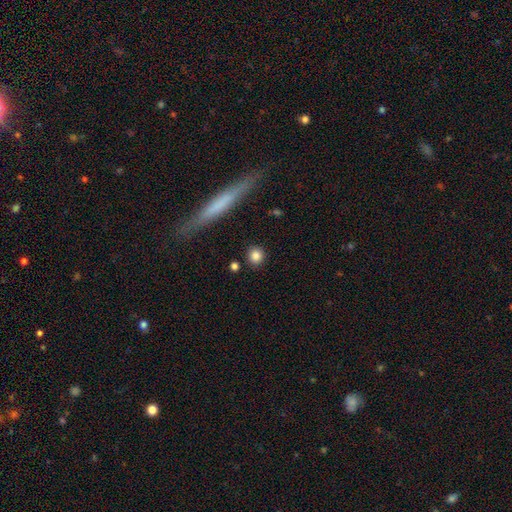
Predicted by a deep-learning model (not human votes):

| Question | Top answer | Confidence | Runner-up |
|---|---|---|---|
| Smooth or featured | smooth | 84% | star or artifact (9%) |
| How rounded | round | 87% | in between (10%) |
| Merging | none | 87% | minor disturbance (7%) |